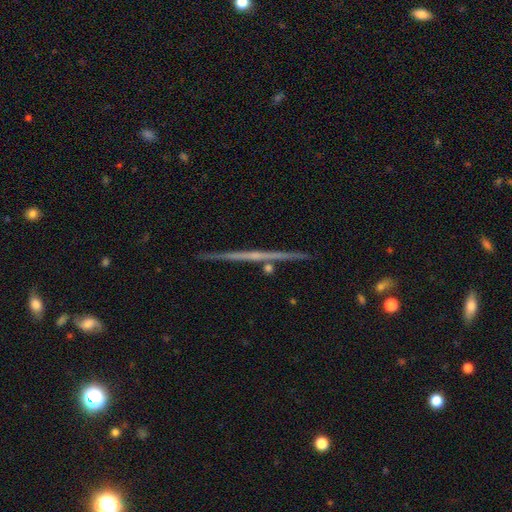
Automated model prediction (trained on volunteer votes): The model was most divided on "smooth or featured": featured or disk: 74%, smooth: 19%, star or artifact: 7%. More confident: edge-on disk — yes (98%); merging — none (90%); edge-on bulge — none (75%).